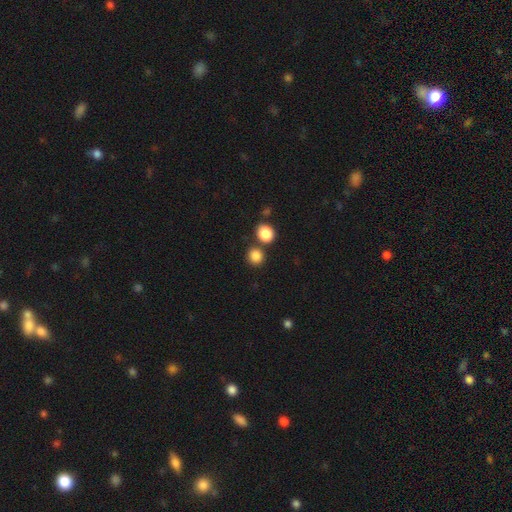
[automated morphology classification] Smooth or featured?
  - smooth: 85% *
  - star or artifact: 11%
  - featured or disk: 4%
How rounded?
  - round: 84% *
  - in between: 15%
  - cigar-shaped: 1%
Merging?
  - none: 73% *
  - merger: 17%
  - minor disturbance: 8%
  - major disturbance: 3%